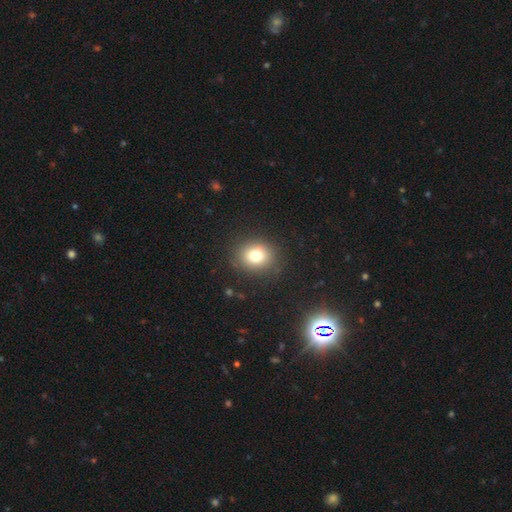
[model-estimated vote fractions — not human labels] smooth_or_featured: smooth (p=0.76) [alt: star or artifact p=0.13]
how_rounded: round (p=0.70) [alt: in between p=0.29]
merging: none (p=0.87) [alt: minor disturbance p=0.08]